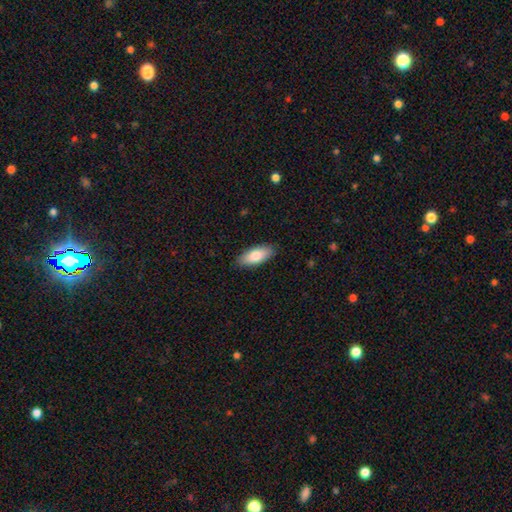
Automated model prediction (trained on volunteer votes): Smooth or featured? Predicted: smooth (p=0.80). How rounded? Predicted: in between (p=0.84). Merging? Predicted: none (p=0.87).